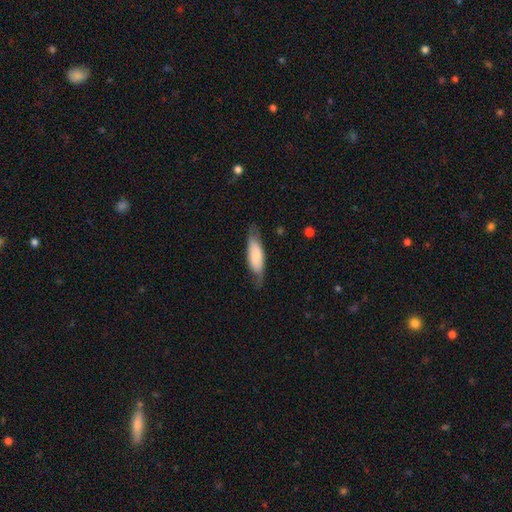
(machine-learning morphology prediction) The model was most divided on "how rounded": in between: 60%, cigar-shaped: 38%, round: 2%. More confident: smooth or featured — smooth (67%); merging — none (65%).